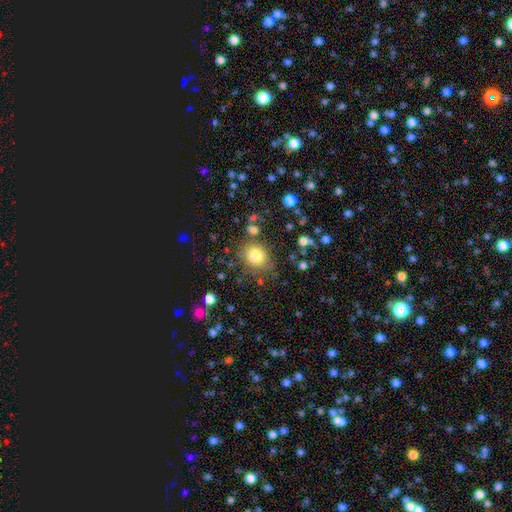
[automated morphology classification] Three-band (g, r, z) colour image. It shows a smooth galaxy with no disk features (80%) that is round (69%). Merging: none (73%).